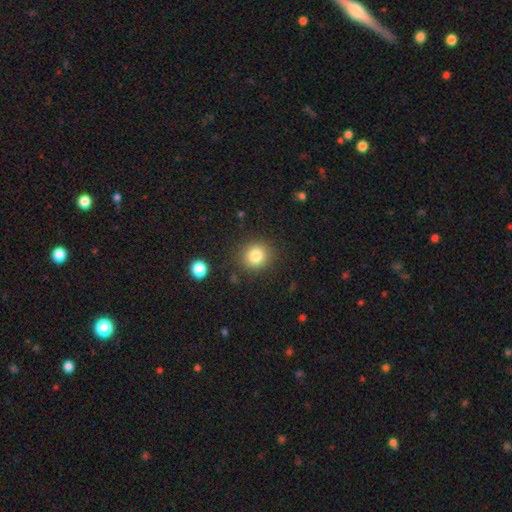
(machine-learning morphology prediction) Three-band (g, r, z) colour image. It shows a smooth galaxy with no disk features (82%) that is round (85%). Merging: none (86%).